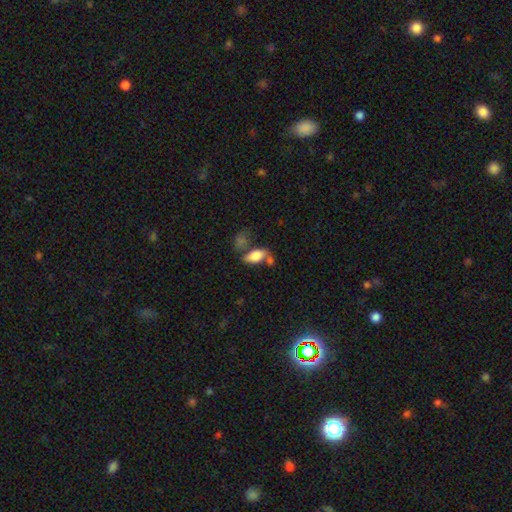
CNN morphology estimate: type=smooth (76%); roundness=in between (88%); merging=none (49%).